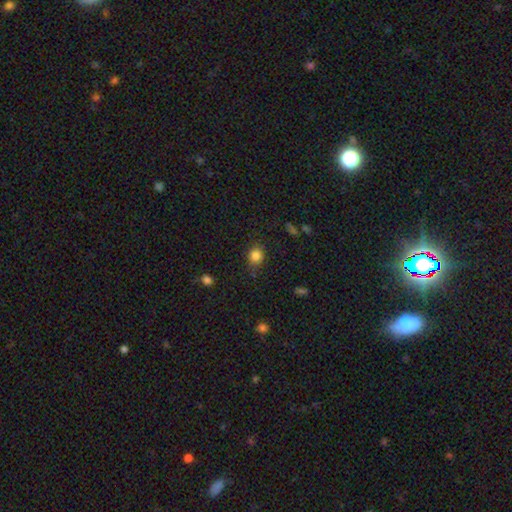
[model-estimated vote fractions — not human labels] Smooth or featured? smooth (83%)
How rounded? round (67%)
Merging? none (79%)